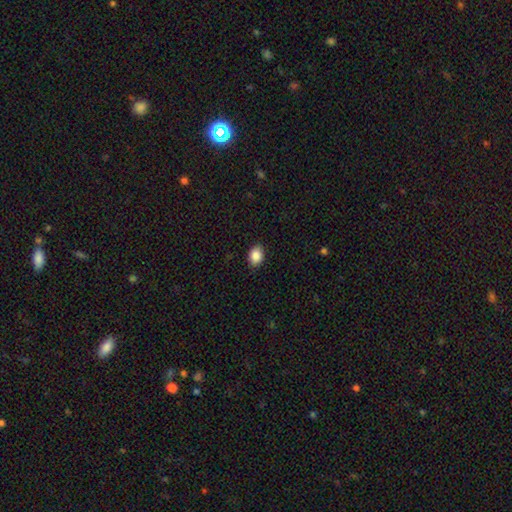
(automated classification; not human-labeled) smooth_or_featured: smooth (p=0.87) [alt: star or artifact p=0.08]
how_rounded: in between (p=0.71) [alt: round p=0.28]
merging: none (p=0.89) [alt: minor disturbance p=0.08]